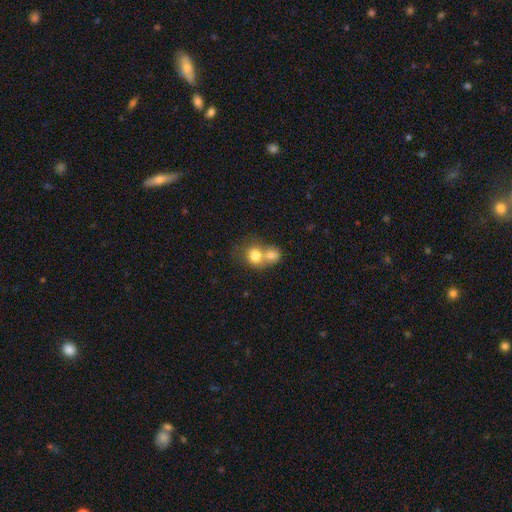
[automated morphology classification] The model was most divided on "how rounded": round: 67%, in between: 32%, cigar-shaped: 1%. More confident: smooth or featured — smooth (77%); merging — merger (66%).